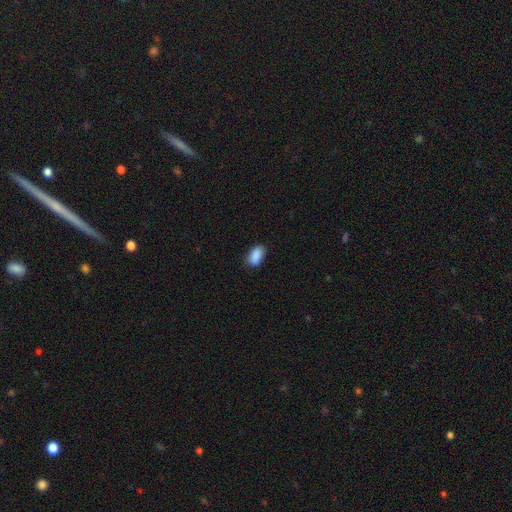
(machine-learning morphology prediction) Q: Smooth or featured?
A: smooth (89%); runner-up: star or artifact (7%)
Q: How rounded?
A: in between (92%); runner-up: round (5%)
Q: Merging?
A: none (78%); runner-up: minor disturbance (17%)